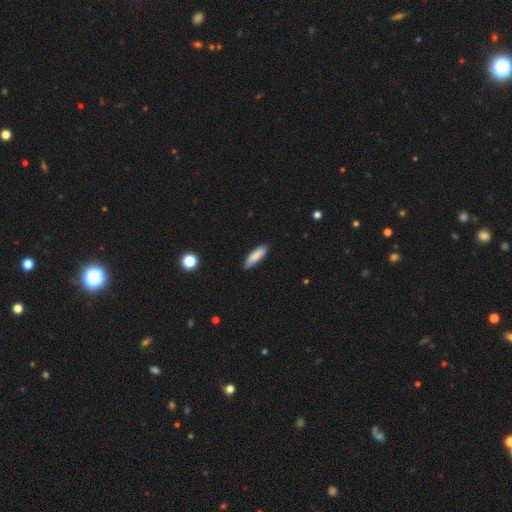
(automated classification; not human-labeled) A smooth galaxy with no disk features (85%) that is cigar-shaped (59%). Merging: none (84%).